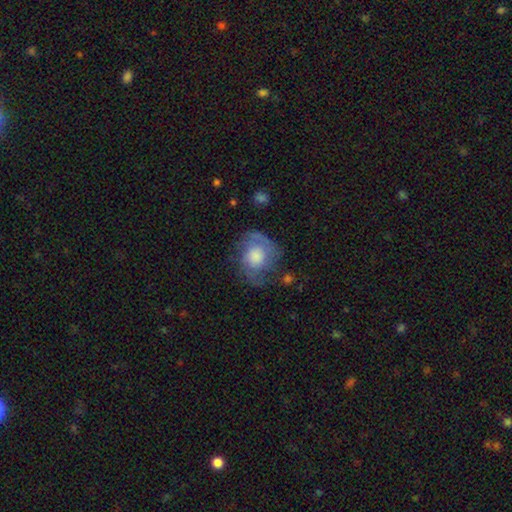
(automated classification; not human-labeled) Morphology: type=featured or disk (68%); edge-on=no (97%); bar=no (76%); spiral arms=yes (88%); winding=medium (46%); arm count=2 (64%); bulge=large (37%); merging=none (62%).